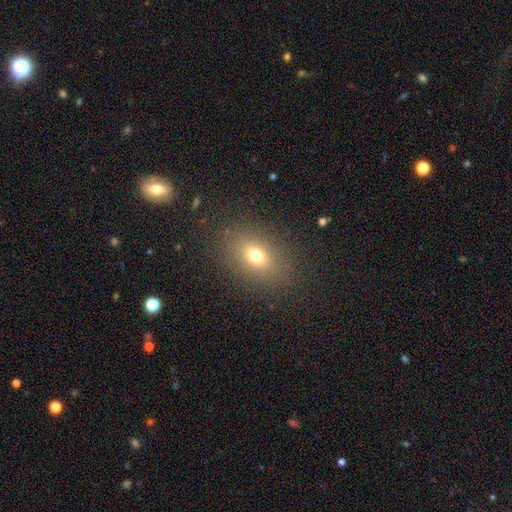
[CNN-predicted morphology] Overall: smooth (71%). How rounded: in between (73%). Merging: none (85%).